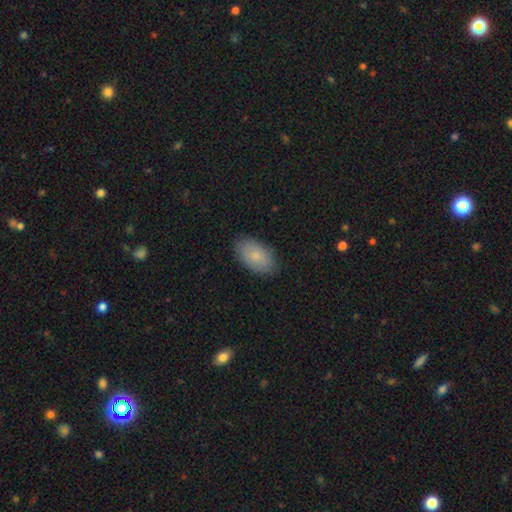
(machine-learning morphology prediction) smooth 81%, featured or disk 12%, star or artifact 7%. Down the decision tree: how rounded — in between (94%); merging — none (84%).